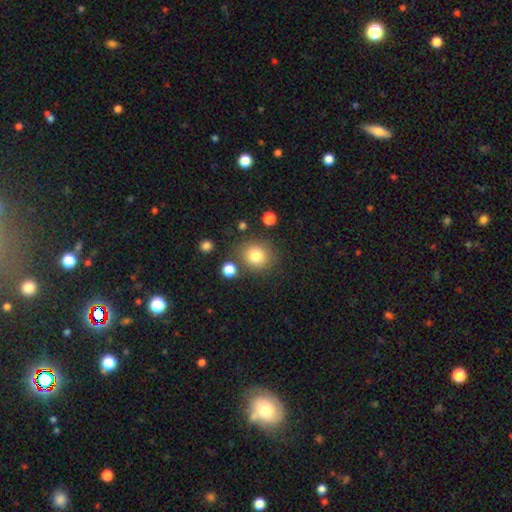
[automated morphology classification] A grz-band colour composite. It shows a smooth galaxy with no disk features (80%) that is round (85%). Merging: none (79%).